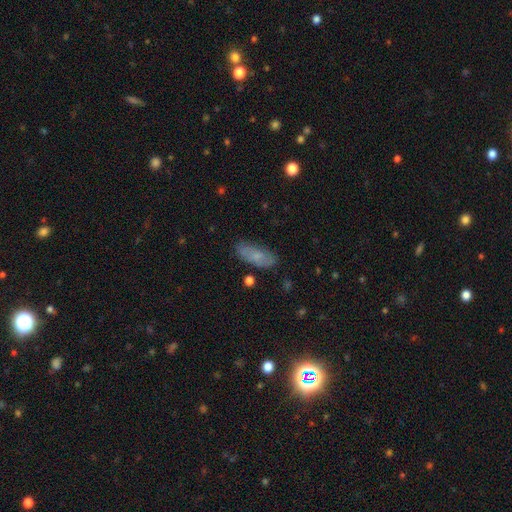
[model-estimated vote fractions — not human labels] smooth-or-featured: smooth: 69% | featured or disk: 23% | star or artifact: 8%
  how-rounded: in between: 78% | cigar-shaped: 19% | round: 3%
  merging: none: 78% | minor disturbance: 16% | major disturbance: 4% | merger: 2%